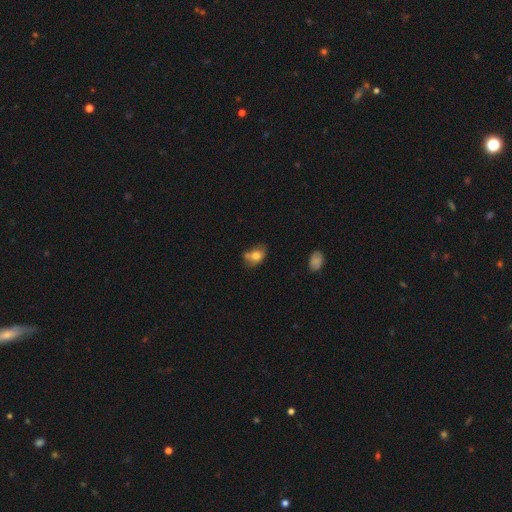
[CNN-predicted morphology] This is likely a smooth galaxy (72%). How rounded: likely in between (74%). Merging: marginally none (41%).